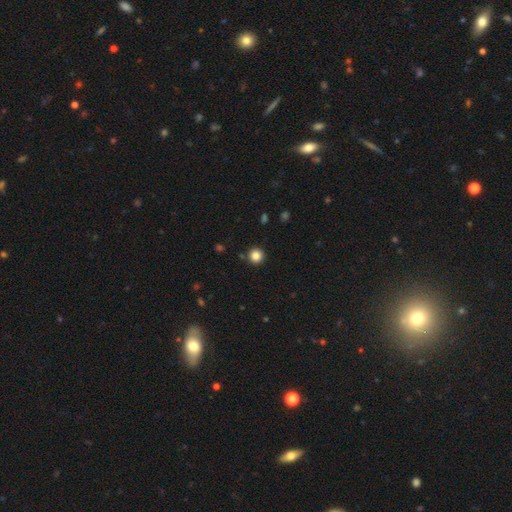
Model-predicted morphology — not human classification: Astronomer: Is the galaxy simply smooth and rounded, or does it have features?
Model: smooth — 85%.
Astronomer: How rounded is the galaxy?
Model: round — 95%.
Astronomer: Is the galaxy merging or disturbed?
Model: none — 91%.